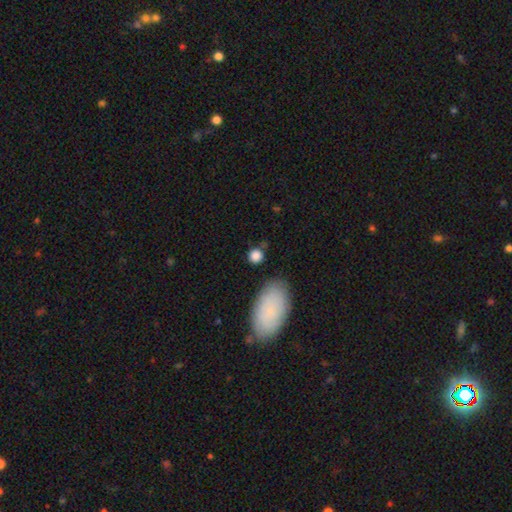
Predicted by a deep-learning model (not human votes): Smooth or featured? Predicted: smooth (p=0.84). How rounded? Predicted: round (p=0.80). Merging? Predicted: none (p=0.76).